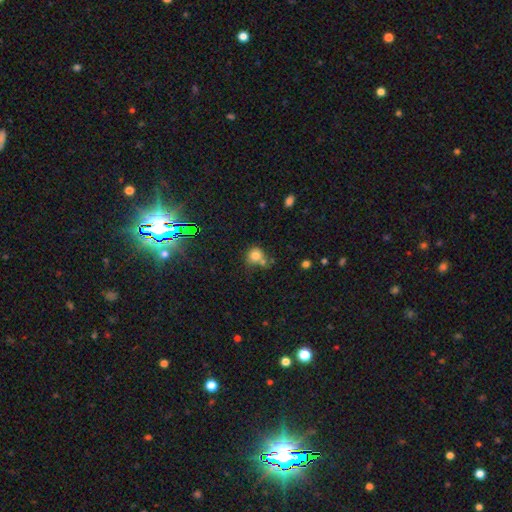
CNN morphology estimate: This is likely a smooth galaxy (78%). How rounded: clearly round (82%). Merging: possibly none (49%).